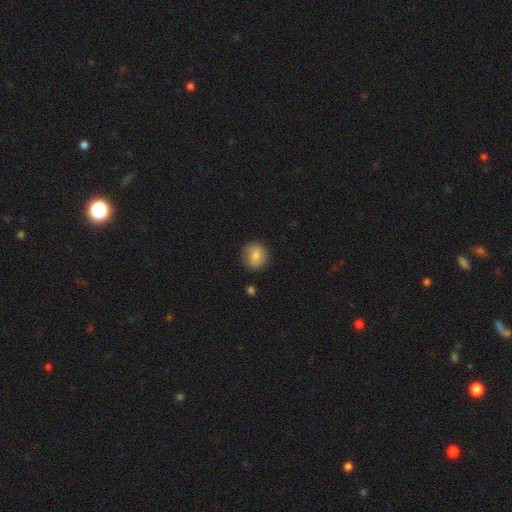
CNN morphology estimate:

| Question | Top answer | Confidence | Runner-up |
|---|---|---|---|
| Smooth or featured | smooth | 79% | featured or disk (13%) |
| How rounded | round | 88% | in between (11%) |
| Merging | none | 86% | minor disturbance (10%) |